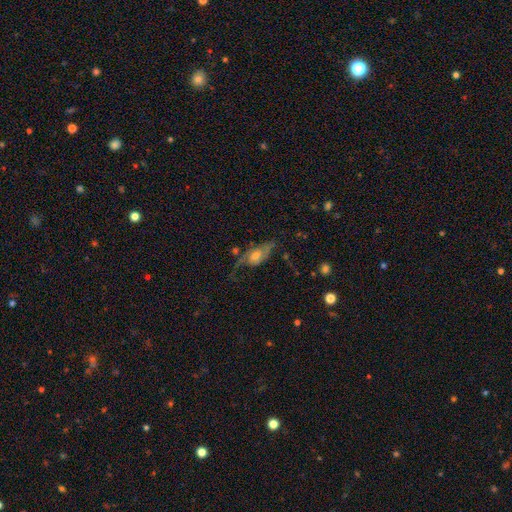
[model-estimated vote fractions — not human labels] Overall: featured or disk (64%; smooth 27%). Edge-on disk: no (86%). Bar: no (68%). Spiral arms: yes (76%). Bulge size: moderate (53%; small 37%). Merging: none (41%; major disturbance 31%).